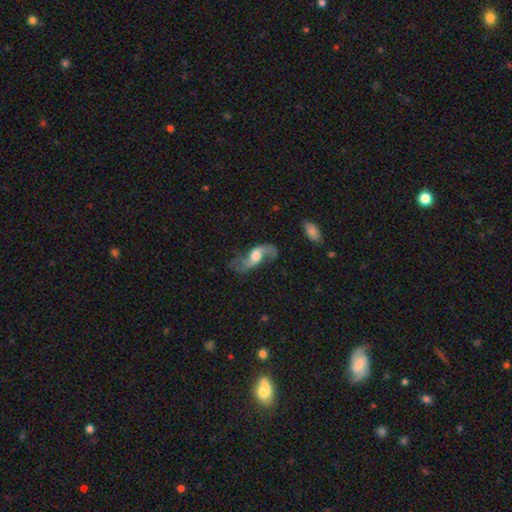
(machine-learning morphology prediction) A featured or disk galaxy (82%) with no bar (43%), 2 (91%) loose (83%) spiral arms (93%) and a moderate central bulge (50%). Merging: none (57%).